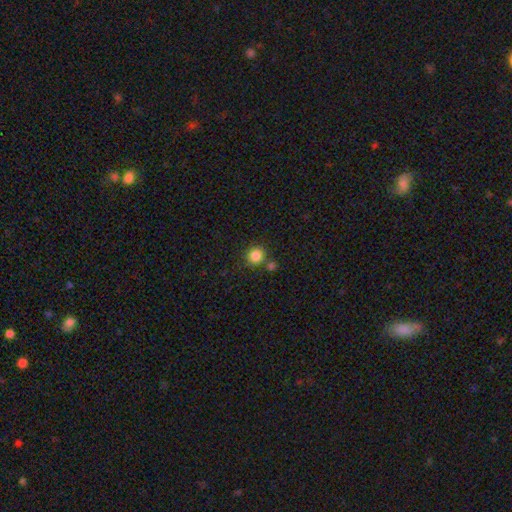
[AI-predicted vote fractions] Smooth or featured? smooth (85%)
How rounded? round (90%)
Merging? none (76%)